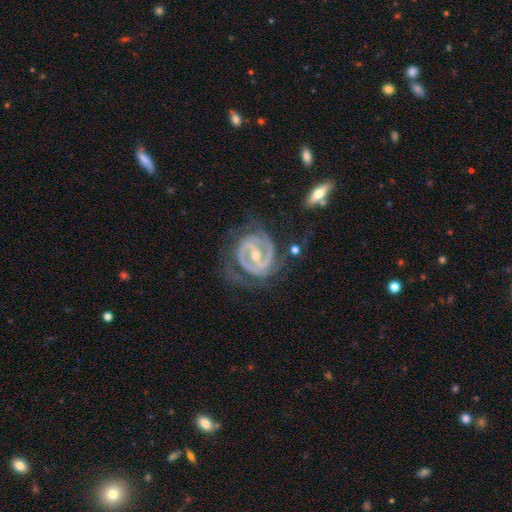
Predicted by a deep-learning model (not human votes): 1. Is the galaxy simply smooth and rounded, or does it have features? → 91% featured or disk, 5% smooth, 5% star or artifact.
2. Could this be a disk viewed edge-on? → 97% no, 3% yes.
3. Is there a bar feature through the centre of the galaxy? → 59% strong, 29% weak, 12% no.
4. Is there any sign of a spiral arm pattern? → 95% yes, 5% no.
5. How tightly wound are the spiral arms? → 59% tight, 33% medium, 8% loose.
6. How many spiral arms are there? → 76% 2, 8% can't tell, 8% 3, 3% 1, 2% 4, 2% more than 4.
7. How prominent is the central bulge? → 50% small, 46% moderate, 1% large, 1% none, 1% dominant.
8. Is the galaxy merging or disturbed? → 62% none, 20% minor disturbance, 15% major disturbance, 3% merger.